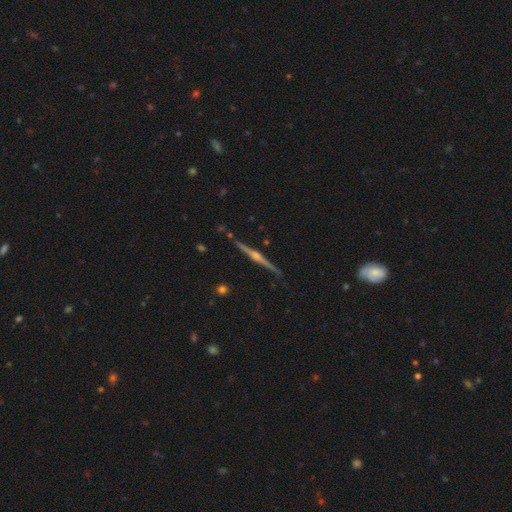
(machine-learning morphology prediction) Smooth or featured? Predicted: featured or disk (p=0.81). Edge-on disk? Predicted: yes (p=0.97). Edge-on bulge? Predicted: rounded (p=0.80). Merging? Predicted: none (p=0.87).